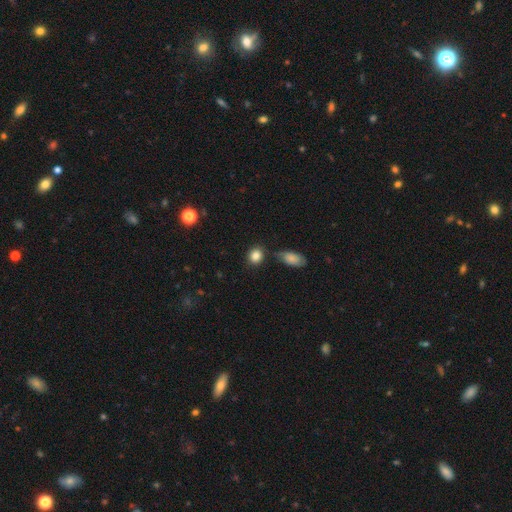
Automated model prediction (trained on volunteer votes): Smooth or featured? Predicted: smooth (p=0.85). How rounded? Predicted: round (p=0.70). Merging? Predicted: none (p=0.75).